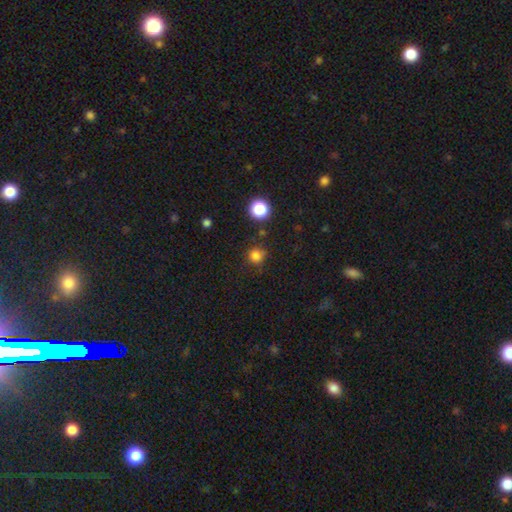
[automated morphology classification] type=smooth (79%); roundness=round (91%); merging=none (78%).